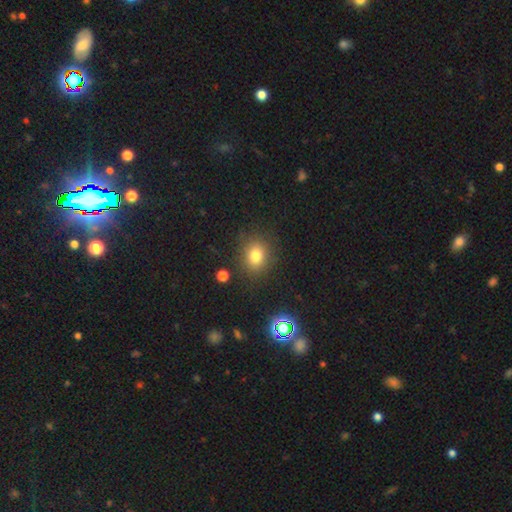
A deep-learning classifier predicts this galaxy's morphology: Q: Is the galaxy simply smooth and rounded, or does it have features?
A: smooth — 78%.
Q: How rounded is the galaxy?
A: round — 64%.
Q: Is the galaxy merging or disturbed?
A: none — 84%.